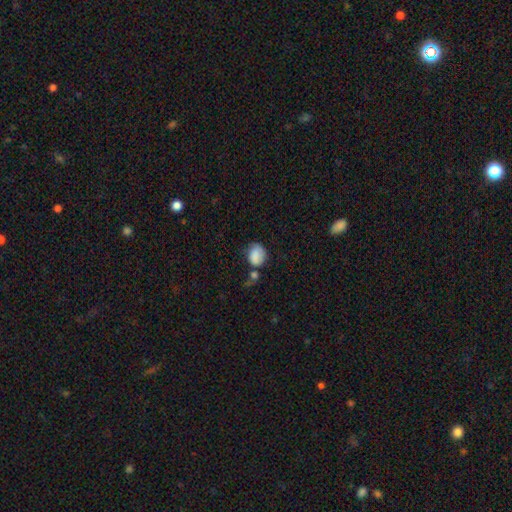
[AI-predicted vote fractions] Overall: smooth (83%). How rounded: in between (54%; round 45%). Merging: none (45%; minor disturbance 27%).